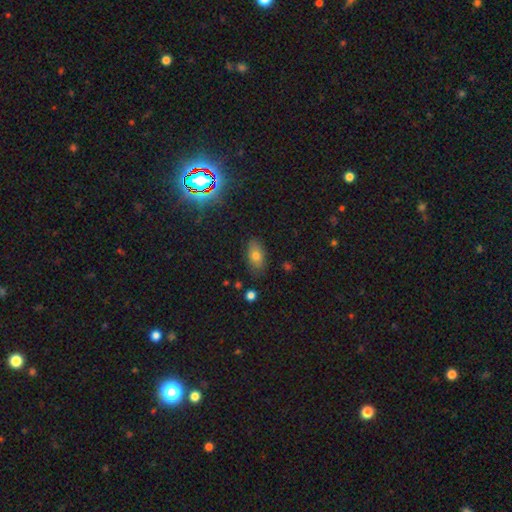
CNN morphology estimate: A smooth galaxy with no disk features (73%) that is in between round and cigar-shaped (88%). Merging: none (82%).